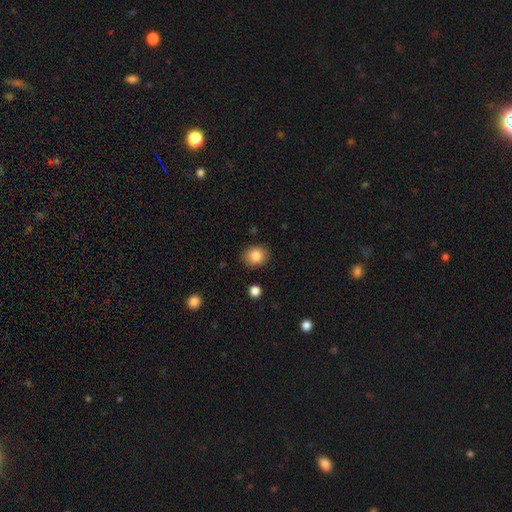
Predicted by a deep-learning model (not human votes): A smooth galaxy with no disk features (84%) that is round (60%). Merging: none (88%).